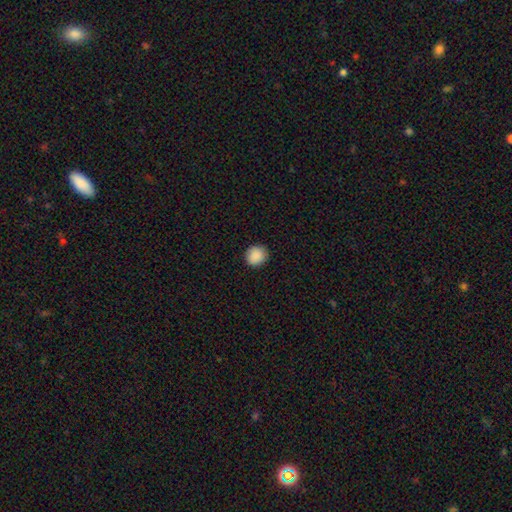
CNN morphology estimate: This is clearly a smooth galaxy (90%). How rounded: clearly round (82%). Merging: clearly none (89%).